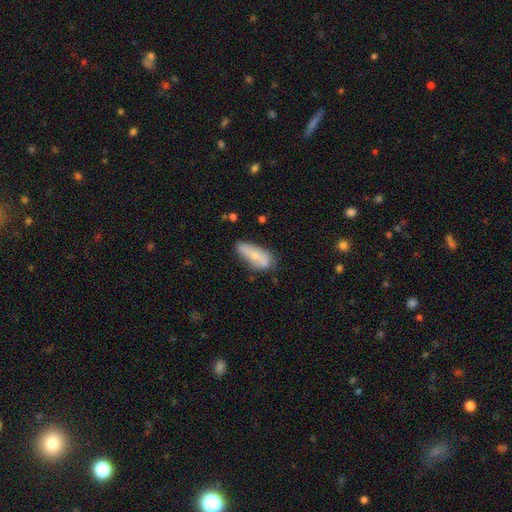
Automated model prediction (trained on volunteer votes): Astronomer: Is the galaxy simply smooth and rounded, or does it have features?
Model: smooth — 62%.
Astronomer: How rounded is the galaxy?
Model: in between — 70%.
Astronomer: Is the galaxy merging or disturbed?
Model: none — 63%.